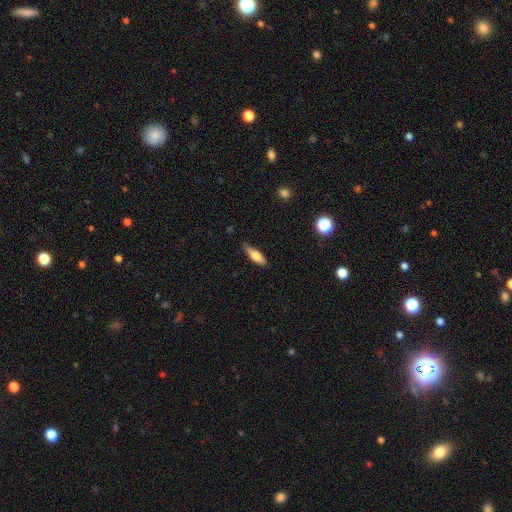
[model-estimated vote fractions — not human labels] A smooth galaxy with no disk features (66%) that is in between round and cigar-shaped (50%). Merging: none (78%).